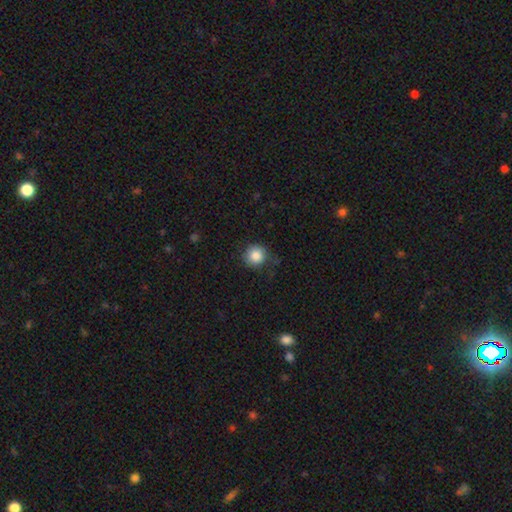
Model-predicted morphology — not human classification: The model was most divided on "merging": none: 73%, minor disturbance: 19%, major disturbance: 6%, merger: 1%. More confident: how rounded — round (92%); smooth or featured — smooth (85%).